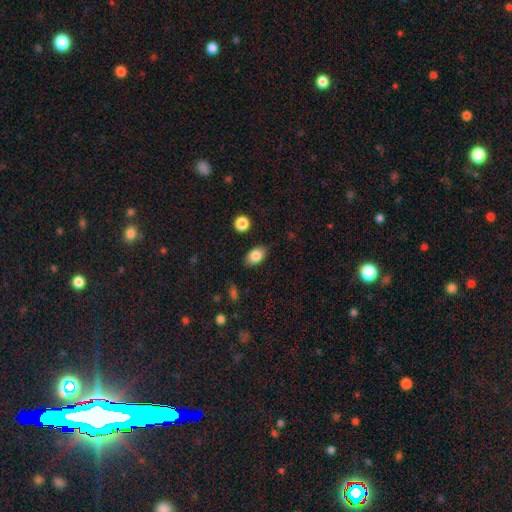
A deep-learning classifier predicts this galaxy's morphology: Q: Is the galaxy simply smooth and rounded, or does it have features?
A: smooth — 83%.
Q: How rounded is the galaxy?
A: in between — 86%.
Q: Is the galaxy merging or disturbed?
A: none — 85%.